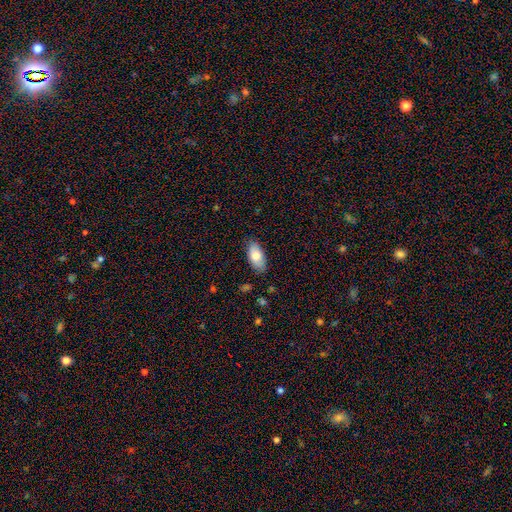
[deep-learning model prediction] A smooth galaxy with no disk features (80%) that is in between round and cigar-shaped (92%). Merging: none (82%).